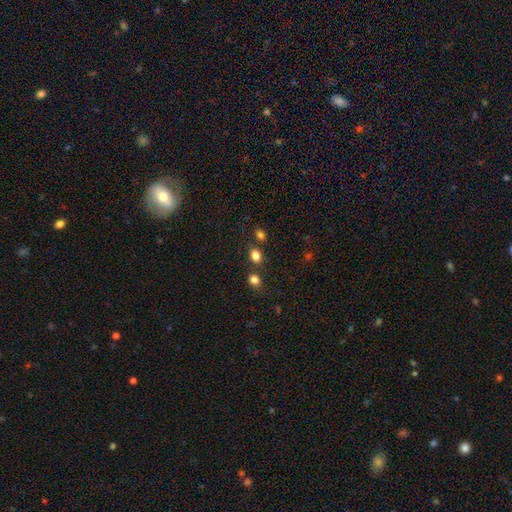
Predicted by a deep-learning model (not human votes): Morphology: type=smooth (81%); roundness=in between (58%); merging=none (70%).